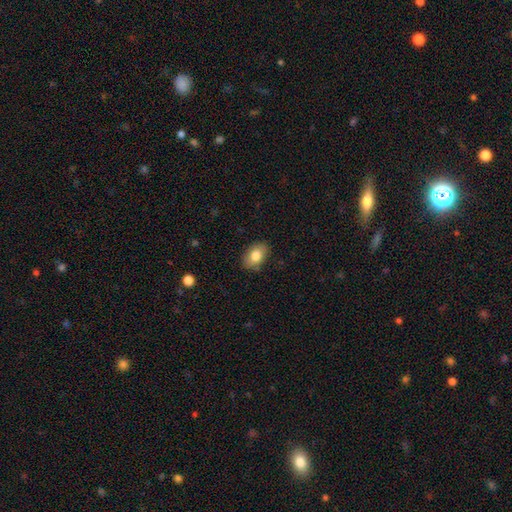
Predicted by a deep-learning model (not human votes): A smooth galaxy with no disk features (82%) that is in between round and cigar-shaped (85%). Merging: none (85%).